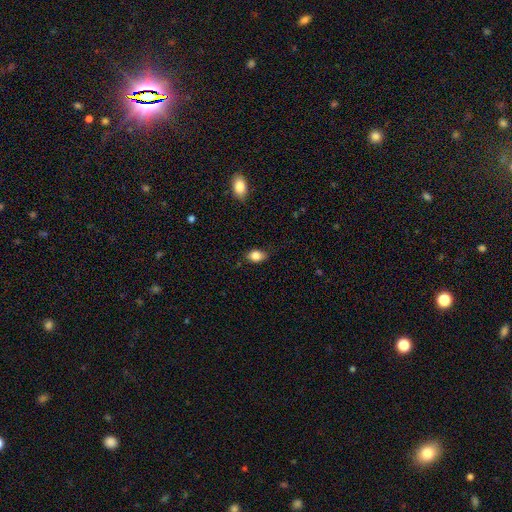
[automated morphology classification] Smooth or featured? Predicted: smooth (p=0.84). How rounded? Predicted: in between (p=0.83). Merging? Predicted: none (p=0.79).